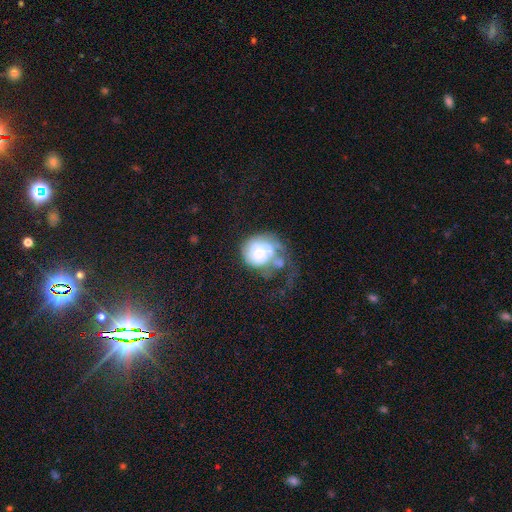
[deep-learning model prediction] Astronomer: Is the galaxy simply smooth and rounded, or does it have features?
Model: featured or disk — 53% (runner-up: smooth, 38%).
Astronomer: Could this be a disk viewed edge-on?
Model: no — 98%.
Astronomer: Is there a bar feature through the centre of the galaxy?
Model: no — 78%.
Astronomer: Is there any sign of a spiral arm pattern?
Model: no — 58% (runner-up: yes, 42%).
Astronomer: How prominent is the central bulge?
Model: moderate — 45% (runner-up: small, 23%).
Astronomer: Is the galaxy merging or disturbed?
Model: major disturbance — 41% (runner-up: none, 22%).